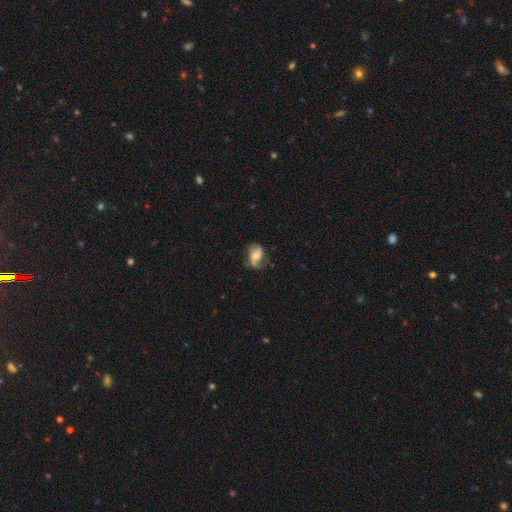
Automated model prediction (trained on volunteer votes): This appears to be a featured or disk galaxy (54%) with no bar (57%), spiral arms (80%) and a moderate central bulge (40%). Merging: none (52%).